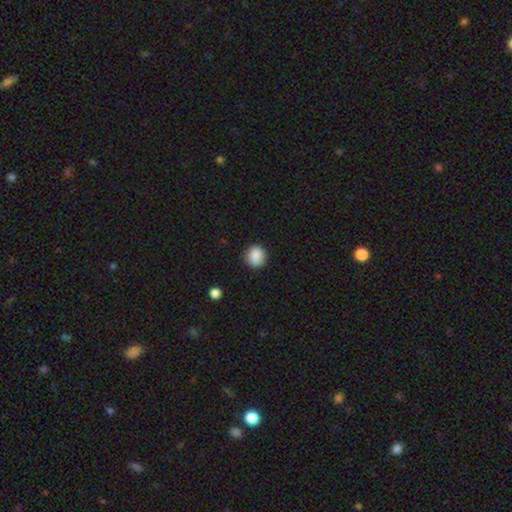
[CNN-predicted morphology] Q: Smooth or featured?
A: smooth (88%); runner-up: star or artifact (8%)
Q: How rounded?
A: round (88%); runner-up: in between (11%)
Q: Merging?
A: none (87%); runner-up: minor disturbance (9%)